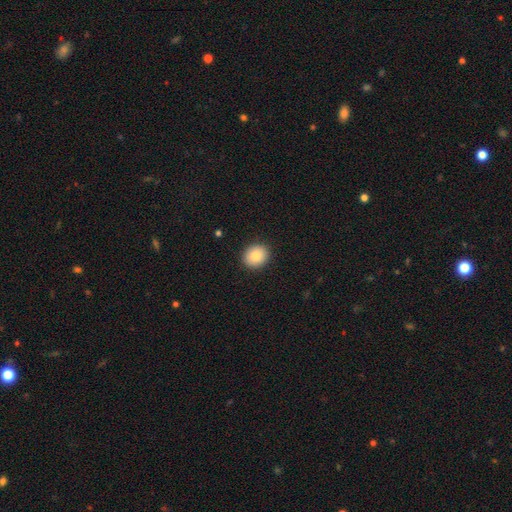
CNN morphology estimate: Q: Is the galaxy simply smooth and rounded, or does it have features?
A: smooth — 84%.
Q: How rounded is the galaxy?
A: round — 74%.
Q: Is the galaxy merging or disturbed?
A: none — 91%.